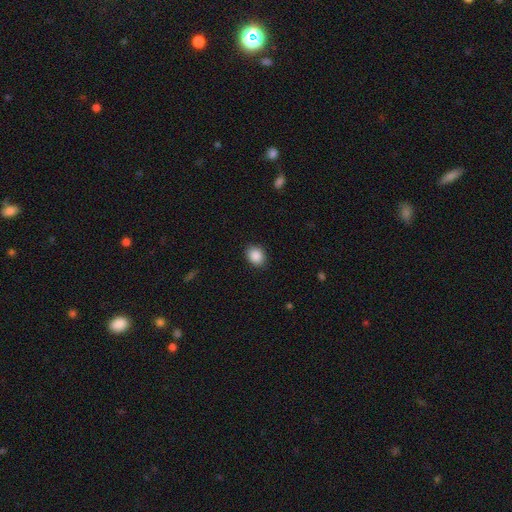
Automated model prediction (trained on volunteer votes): smooth_or_featured: smooth (p=0.89) [alt: star or artifact p=0.08]
how_rounded: in between (p=0.50) [alt: round p=0.49]
merging: none (p=0.88) [alt: minor disturbance p=0.08]